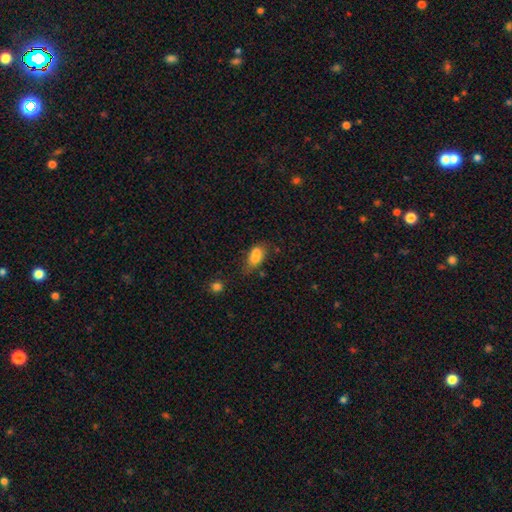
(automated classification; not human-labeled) Overall: smooth (78%). How rounded: in between (85%). Merging: none (39%; minor disturbance 30%).